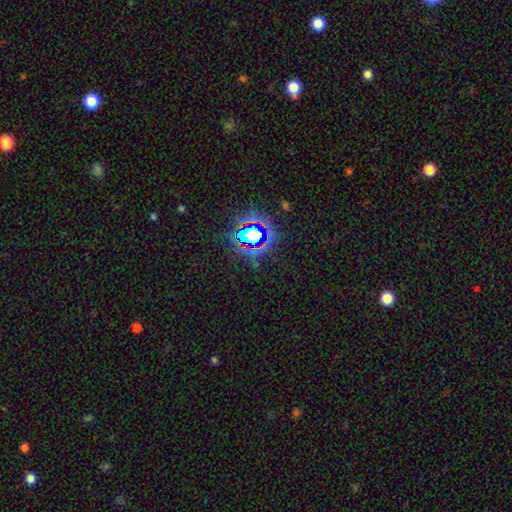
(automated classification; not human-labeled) Morphology: type=star or artifact (80%).